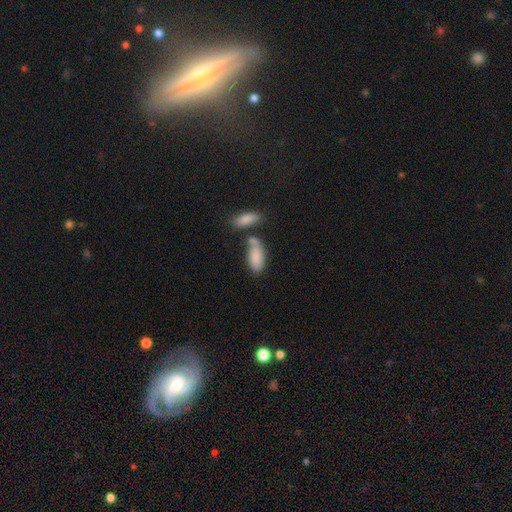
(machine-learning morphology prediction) smooth-or-featured: smooth: 82% | featured or disk: 11% | star or artifact: 7%
  how-rounded: in between: 90% | cigar-shaped: 7% | round: 3%
  merging: none: 44% | merger: 34% | minor disturbance: 16% | major disturbance: 6%